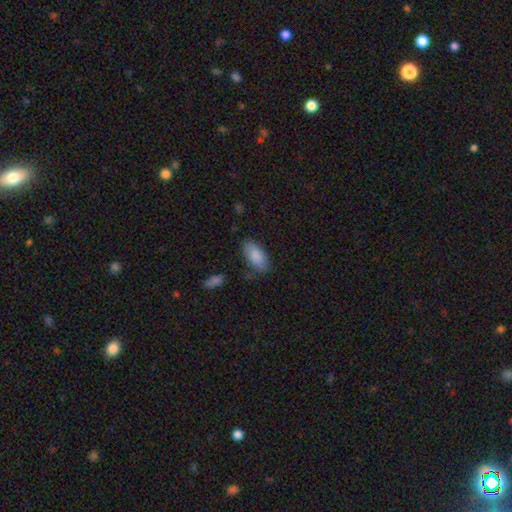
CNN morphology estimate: Smooth or featured: smooth — 86% (featured or disk — 8%)
How rounded: in between — 93% (cigar-shaped — 4%)
Merging: none — 76% (minor disturbance — 17%)